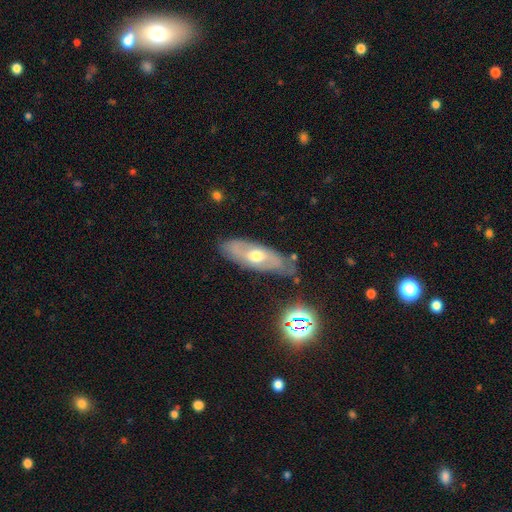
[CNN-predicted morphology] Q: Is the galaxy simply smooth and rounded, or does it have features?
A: featured or disk — 59%.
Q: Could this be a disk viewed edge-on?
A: no — 77%.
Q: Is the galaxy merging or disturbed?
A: none — 74%.